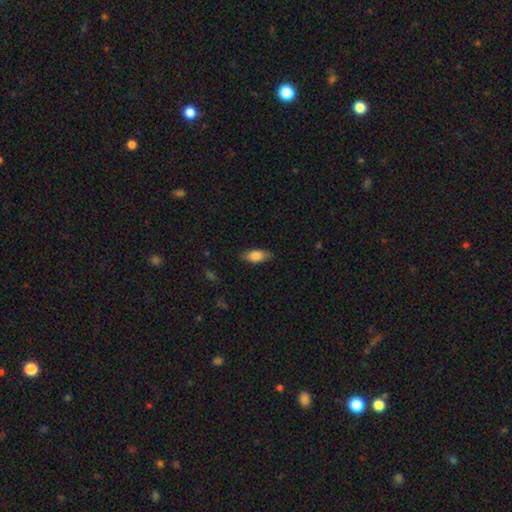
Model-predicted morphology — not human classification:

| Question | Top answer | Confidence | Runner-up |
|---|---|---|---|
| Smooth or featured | smooth | 79% | featured or disk (15%) |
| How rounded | in between | 82% | cigar-shaped (14%) |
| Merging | none | 82% | minor disturbance (14%) |